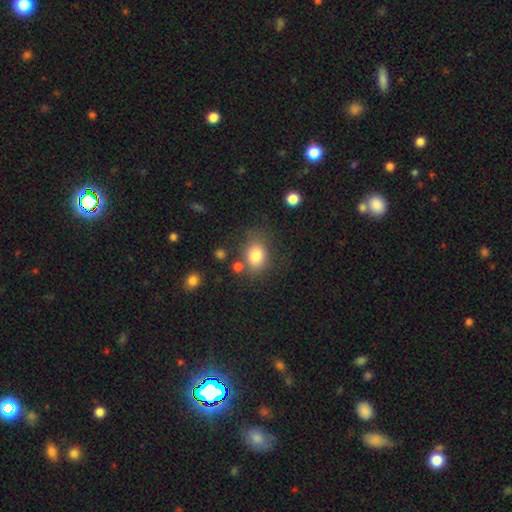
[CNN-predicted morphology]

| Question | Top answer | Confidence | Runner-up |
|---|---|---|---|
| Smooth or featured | smooth | 81% | star or artifact (10%) |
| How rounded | in between | 57% | round (42%) |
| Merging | none | 66% | minor disturbance (18%) |